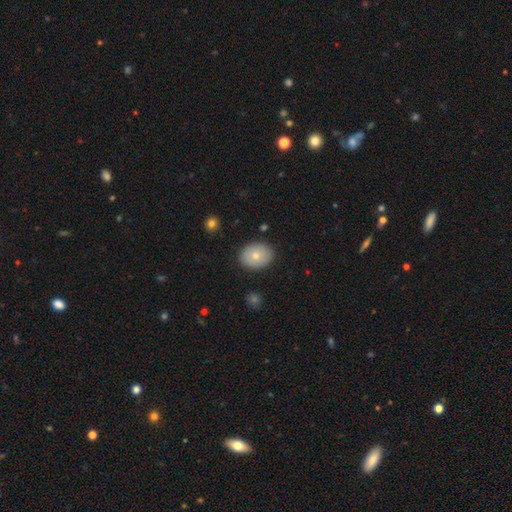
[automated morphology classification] smooth_or_featured: smooth (p=0.75) [alt: featured or disk p=0.17]
how_rounded: in between (p=0.58) [alt: round p=0.41]
merging: none (p=0.86) [alt: minor disturbance p=0.10]